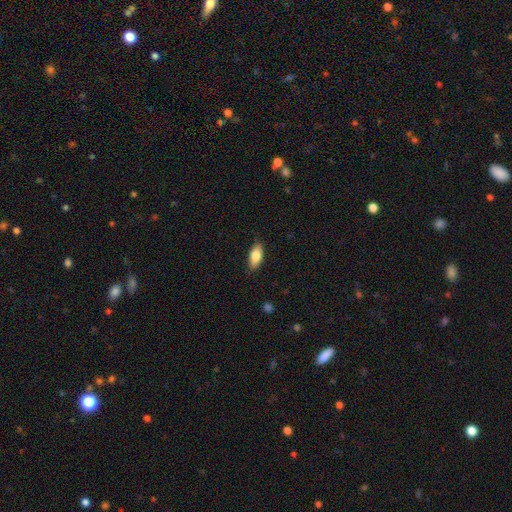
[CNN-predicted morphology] Smooth or featured: smooth — 79% (featured or disk — 14%)
How rounded: in between — 84% (cigar-shaped — 13%)
Merging: none — 86% (minor disturbance — 11%)